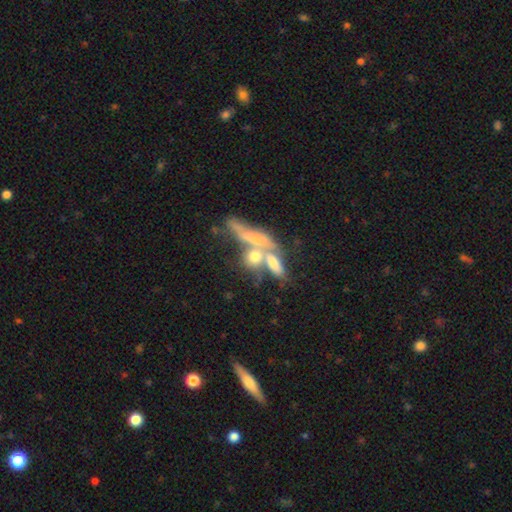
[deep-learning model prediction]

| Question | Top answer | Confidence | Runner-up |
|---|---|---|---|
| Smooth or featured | featured or disk | 53% | smooth (32%) |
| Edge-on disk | no | 60% | yes (40%) |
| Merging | merger | 55% | none (23%) |